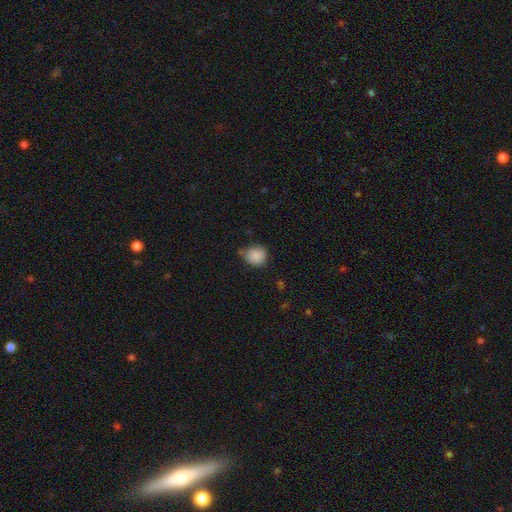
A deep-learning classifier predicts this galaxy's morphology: Smooth or featured? smooth (86%)
How rounded? round (84%)
Merging? none (64%)